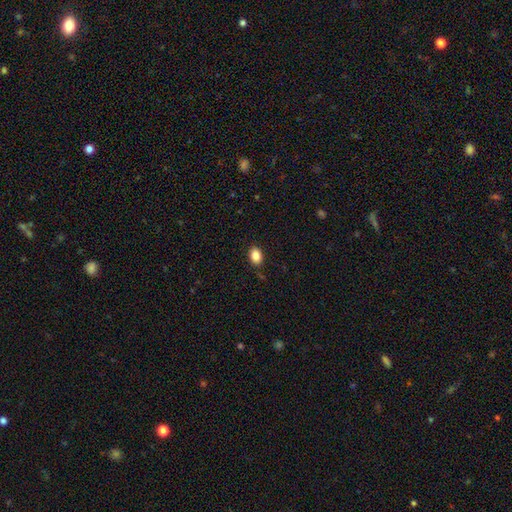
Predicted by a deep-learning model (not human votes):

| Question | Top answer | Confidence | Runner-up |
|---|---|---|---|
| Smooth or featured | smooth | 86% | star or artifact (9%) |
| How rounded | in between | 83% | round (16%) |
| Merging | none | 86% | minor disturbance (10%) |